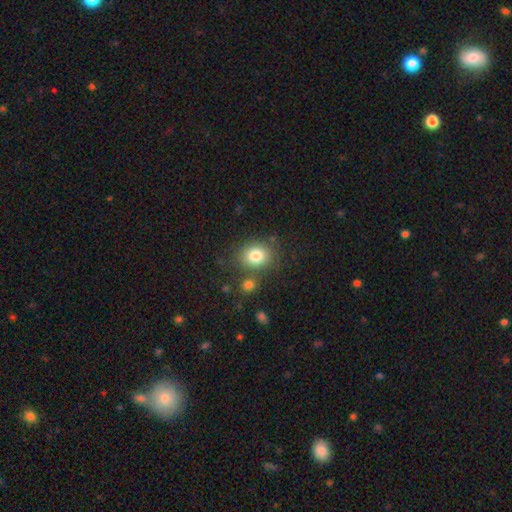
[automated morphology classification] A smooth galaxy with no disk features (81%) that is round (59%).

Vote fractions:
- Smooth or featured? smooth: 81% / star or artifact: 10% / featured or disk: 8%
- How rounded? round: 59% / in between: 40% / cigar-shaped: 1%
- Merging? none: 74% / minor disturbance: 11% / merger: 10% / major disturbance: 4%